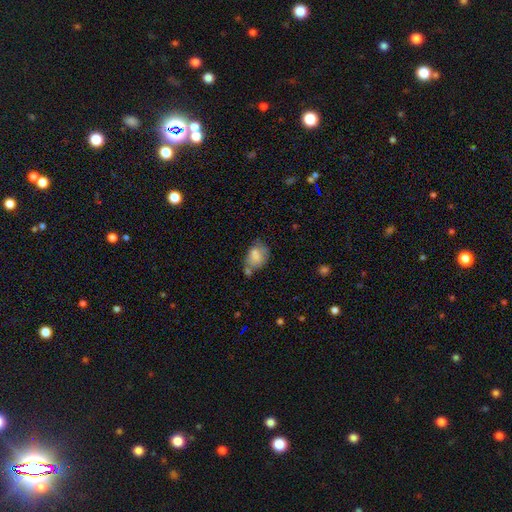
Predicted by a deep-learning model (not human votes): This appears to be a smooth galaxy with no disk features (76%) that is in between round and cigar-shaped (75%). Merging: none (43%).